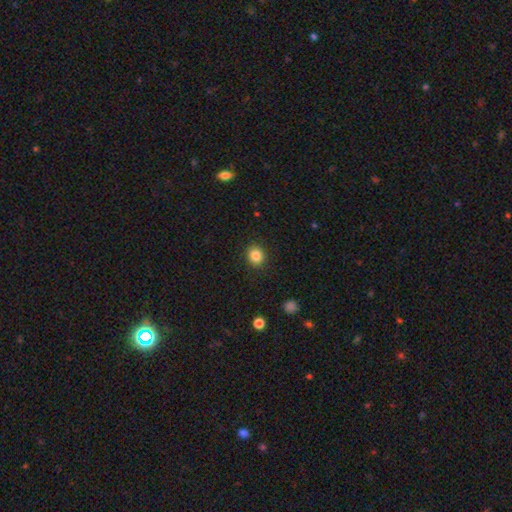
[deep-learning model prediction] This appears to be a smooth galaxy with no disk features (85%) that is round (78%). Merging: none (91%).